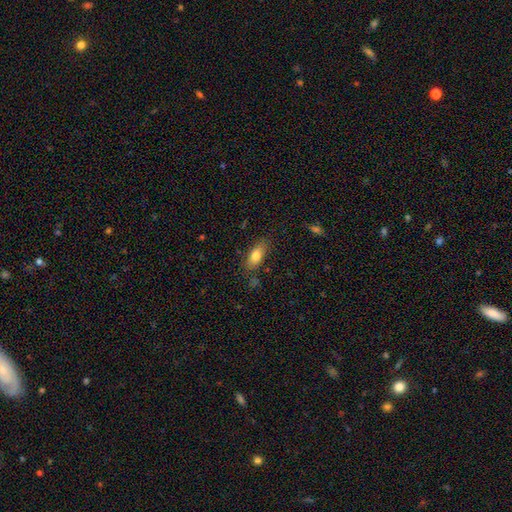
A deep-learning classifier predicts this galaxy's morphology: smooth_or_featured: smooth (p=0.77) [alt: featured or disk p=0.15]
how_rounded: in between (p=0.79) [alt: cigar-shaped p=0.17]
merging: none (p=0.79) [alt: minor disturbance p=0.15]